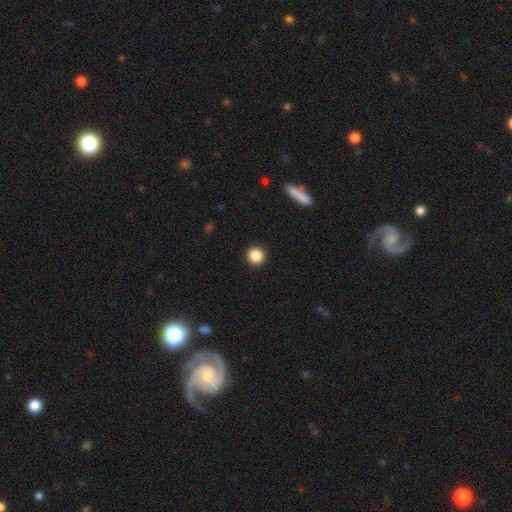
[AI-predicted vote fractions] smooth 87%, star or artifact 10%, featured or disk 3%. Down the decision tree: how rounded — round (94%); merging — none (93%).